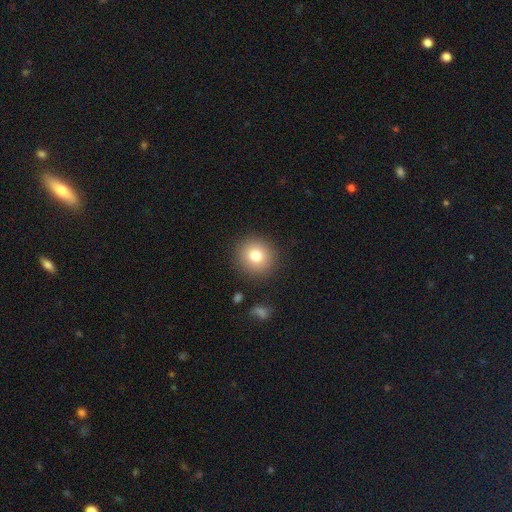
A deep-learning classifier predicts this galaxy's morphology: This is likely a smooth galaxy (79%). How rounded: clearly round (91%). Merging: clearly none (89%).